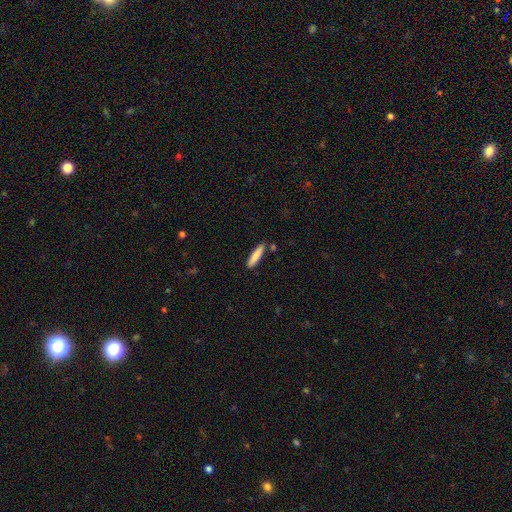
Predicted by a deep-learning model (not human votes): smooth-or-featured: smooth: 84% | featured or disk: 10% | star or artifact: 6%
  how-rounded: cigar-shaped: 83% | in between: 16% | round: 1%
  merging: none: 86% | minor disturbance: 9% | merger: 3% | major disturbance: 2%